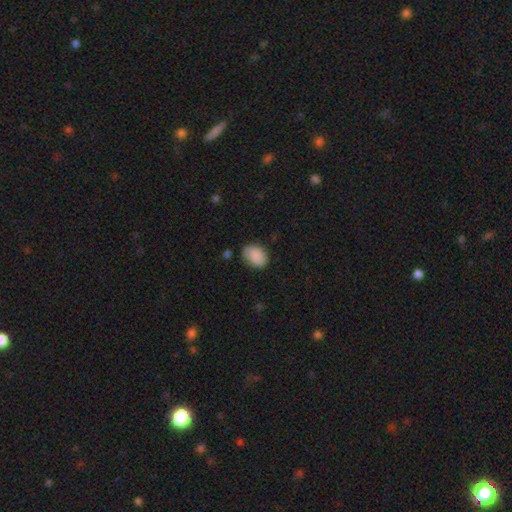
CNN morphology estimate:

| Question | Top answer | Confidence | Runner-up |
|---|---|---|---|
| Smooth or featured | smooth | 87% | star or artifact (8%) |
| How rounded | in between | 75% | round (24%) |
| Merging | none | 73% | minor disturbance (20%) |